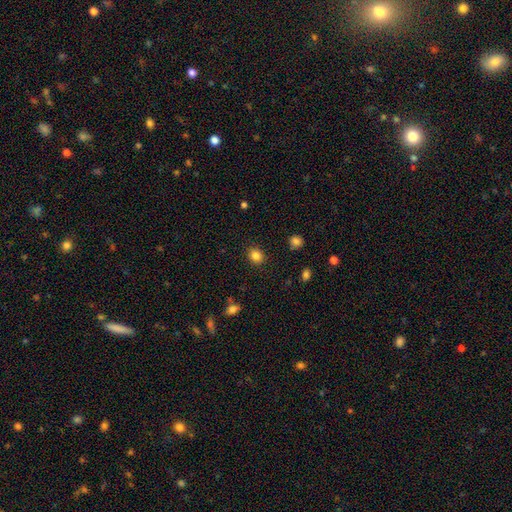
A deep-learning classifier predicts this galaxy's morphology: type=smooth (84%); roundness=round (75%); merging=none (89%).